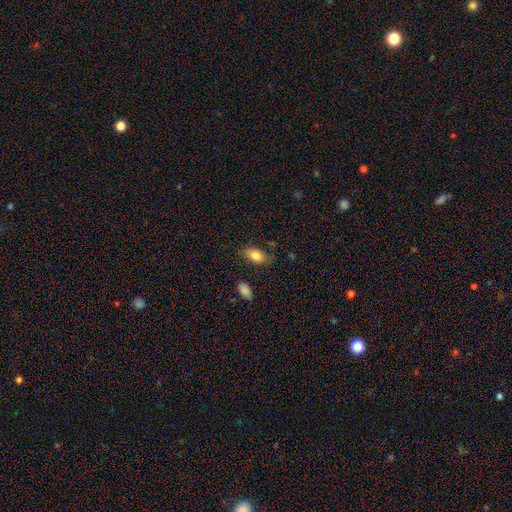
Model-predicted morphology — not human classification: smooth-or-featured: smooth: 82% | featured or disk: 10% | star or artifact: 8%
  how-rounded: in between: 88% | round: 9% | cigar-shaped: 3%
  merging: none: 74% | minor disturbance: 19% | major disturbance: 5% | merger: 2%